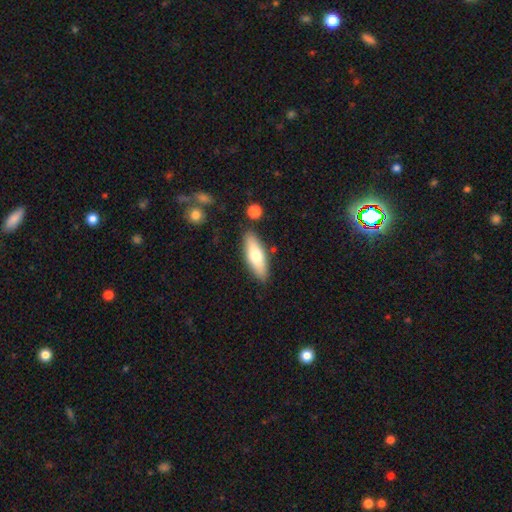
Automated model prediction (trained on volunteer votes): This appears to be a smooth galaxy with no disk features (67%) that is in between round and cigar-shaped (54%). Merging: none (84%).